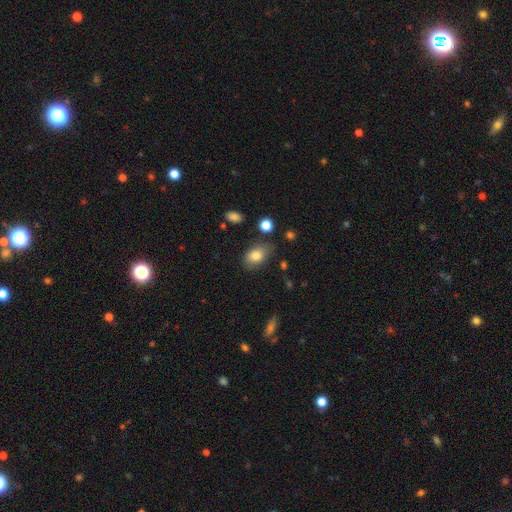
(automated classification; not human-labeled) smooth_or_featured: smooth (p=0.80) [alt: featured or disk p=0.11]
how_rounded: in between (p=0.84) [alt: round p=0.14]
merging: none (p=0.73) [alt: minor disturbance p=0.20]